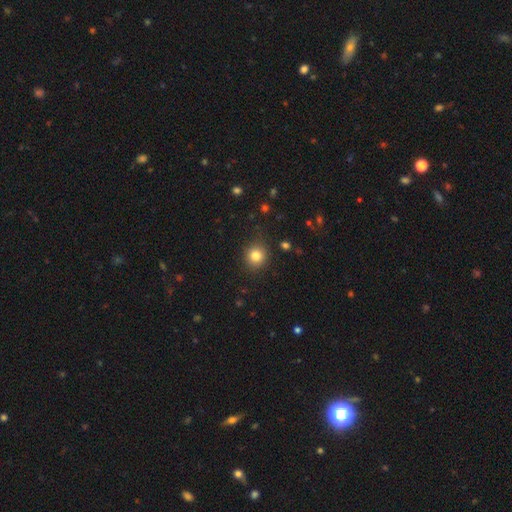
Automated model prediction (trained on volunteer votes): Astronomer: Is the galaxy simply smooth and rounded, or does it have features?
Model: smooth — 82%.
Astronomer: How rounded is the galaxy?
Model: round — 86%.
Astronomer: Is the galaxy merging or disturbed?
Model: none — 88%.